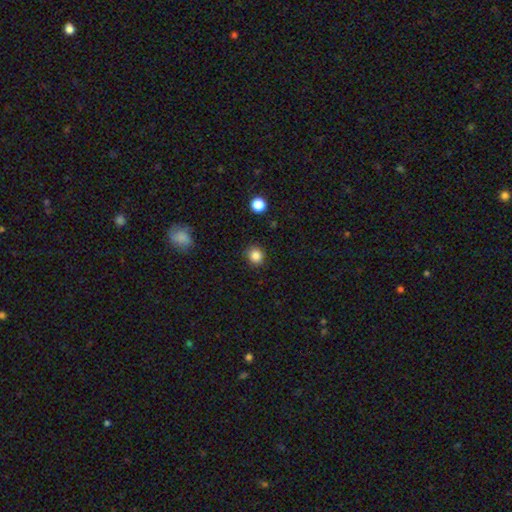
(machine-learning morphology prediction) This is clearly a smooth galaxy (85%). How rounded: clearly round (86%). Merging: clearly none (90%).